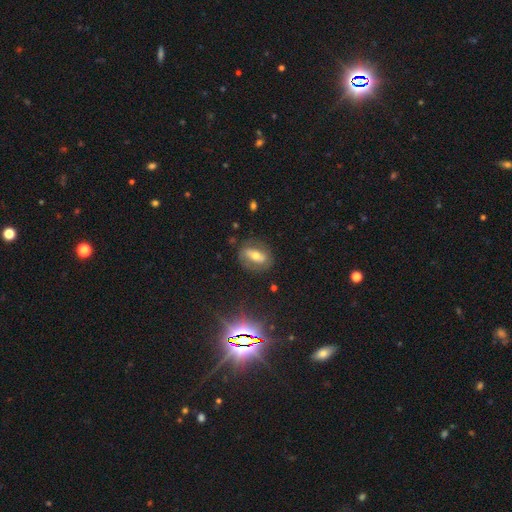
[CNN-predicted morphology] This is possibly a featured or disk galaxy (51%). It is clearly not viewed edge-on (83%). Merging: likely none (75%).